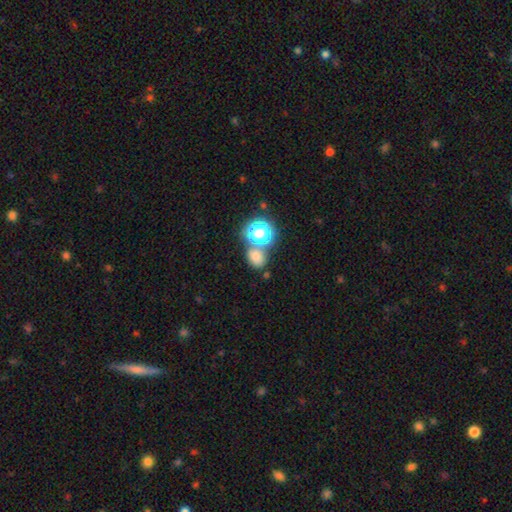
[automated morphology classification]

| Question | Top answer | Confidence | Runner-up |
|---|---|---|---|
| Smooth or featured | smooth | 74% | star or artifact (18%) |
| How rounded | round | 63% | in between (36%) |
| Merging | none | 57% | merger (29%) |